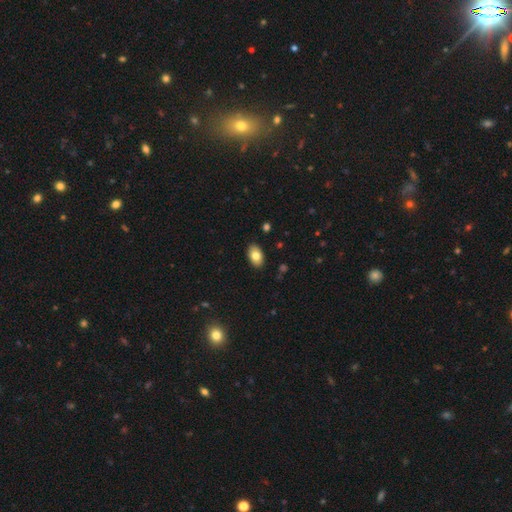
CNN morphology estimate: Q: Smooth or featured?
A: smooth (80%); runner-up: featured or disk (12%)
Q: How rounded?
A: in between (92%); runner-up: round (7%)
Q: Merging?
A: none (89%); runner-up: minor disturbance (8%)